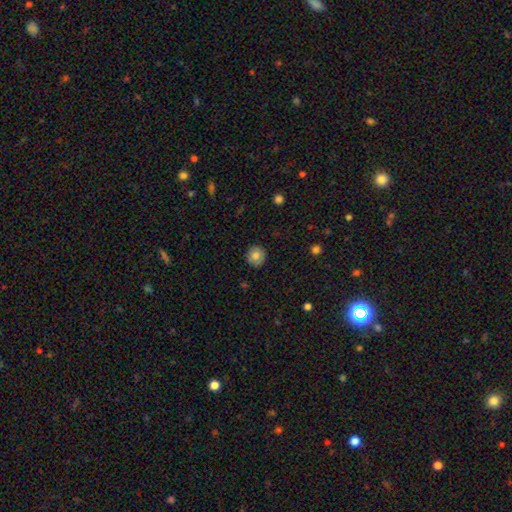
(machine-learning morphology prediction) This appears to be a smooth galaxy with no disk features (81%) that is round (90%). Merging: none (89%).